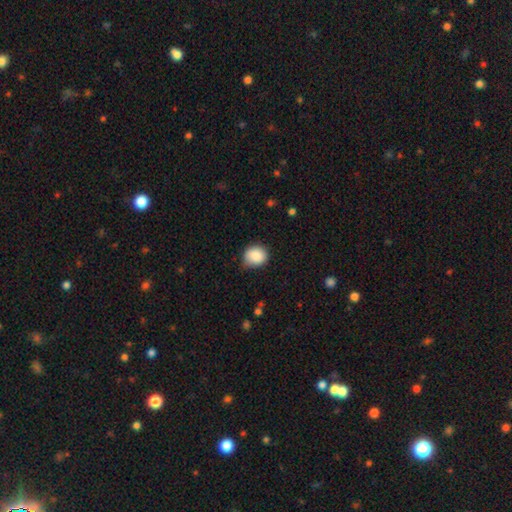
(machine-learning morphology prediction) Smooth or featured: smooth — 88% (star or artifact — 8%)
How rounded: round — 70% (in between — 29%)
Merging: none — 71% (minor disturbance — 23%)